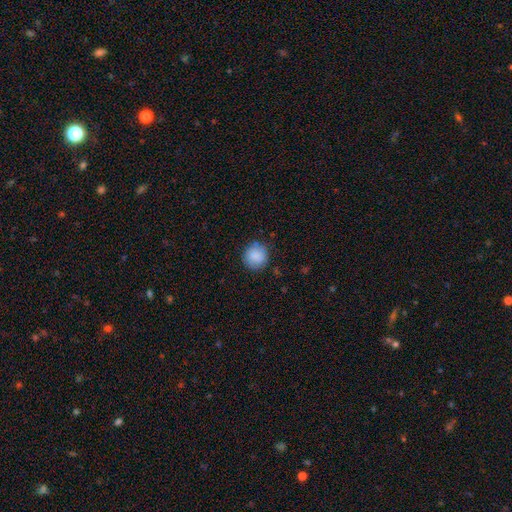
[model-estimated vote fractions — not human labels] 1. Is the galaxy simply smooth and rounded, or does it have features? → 87% smooth, 8% star or artifact, 6% featured or disk.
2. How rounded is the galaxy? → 91% round, 8% in between, 1% cigar-shaped.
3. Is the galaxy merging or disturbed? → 82% none, 13% minor disturbance, 3% major disturbance, 2% merger.